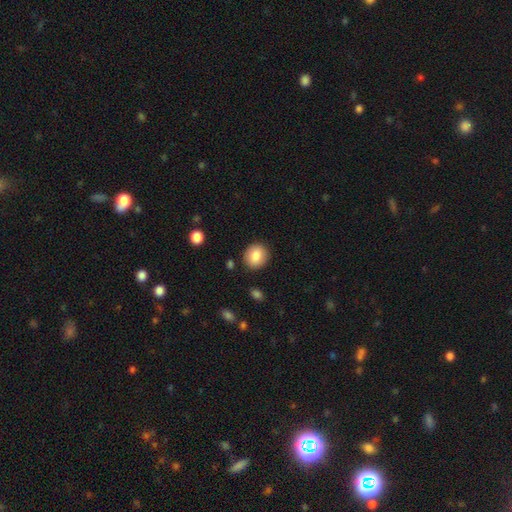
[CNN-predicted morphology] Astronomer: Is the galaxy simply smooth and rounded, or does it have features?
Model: smooth — 85%.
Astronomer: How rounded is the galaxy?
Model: round — 77%.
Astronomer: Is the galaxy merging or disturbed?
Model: none — 88%.